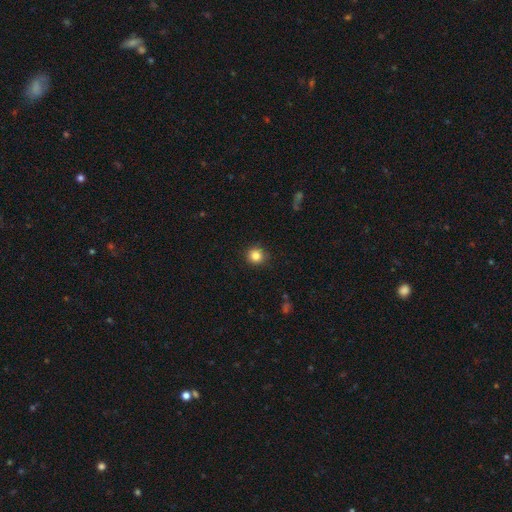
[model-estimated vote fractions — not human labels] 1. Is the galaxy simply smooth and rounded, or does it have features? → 84% smooth, 11% star or artifact, 5% featured or disk.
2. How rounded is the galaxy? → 93% round, 6% in between, 1% cigar-shaped.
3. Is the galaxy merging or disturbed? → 91% none, 7% minor disturbance, 2% major disturbance, 1% merger.